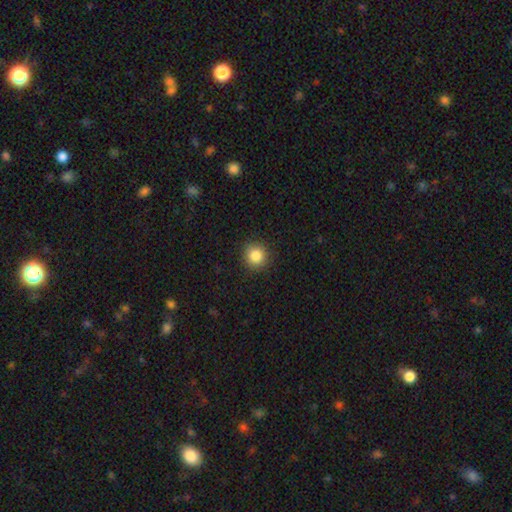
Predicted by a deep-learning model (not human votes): This appears to be a smooth galaxy with no disk features (85%) that is round (93%). Merging: none (91%).